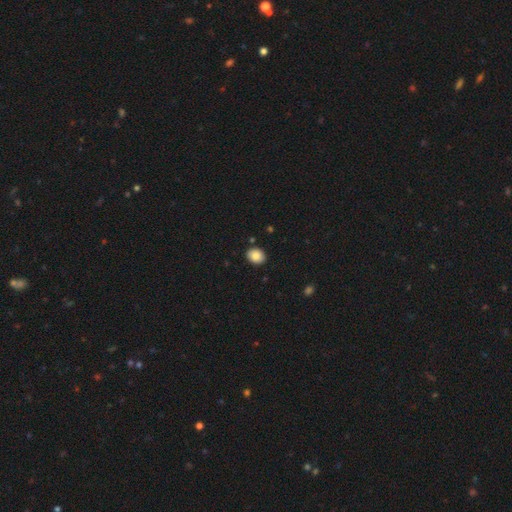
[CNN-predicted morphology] Overall: smooth (87%). How rounded: round (51%; in between 49%). Merging: none (89%).